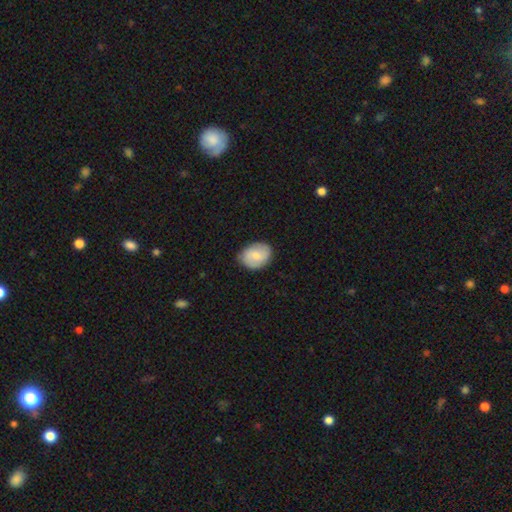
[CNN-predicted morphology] A smooth galaxy with no disk features (69%) that is in between round and cigar-shaped (61%).

Vote fractions:
- Smooth or featured? smooth: 69% / featured or disk: 25% / star or artifact: 6%
- How rounded? in between: 61% / round: 37% / cigar-shaped: 1%
- Merging? none: 82% / minor disturbance: 14% / major disturbance: 3% / merger: 1%